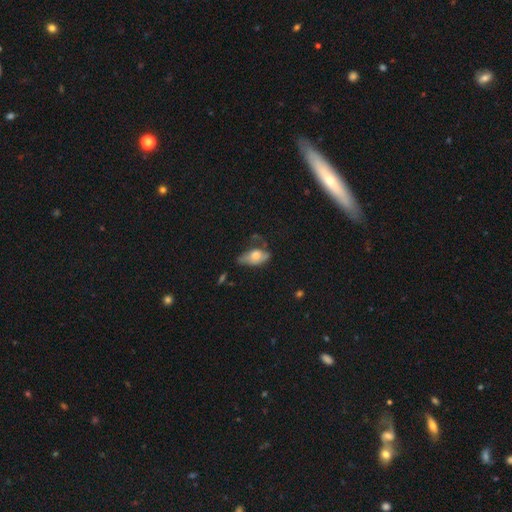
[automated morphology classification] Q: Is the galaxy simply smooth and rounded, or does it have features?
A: smooth — 60%.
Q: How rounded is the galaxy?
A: in between — 87%.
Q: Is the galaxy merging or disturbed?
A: minor disturbance — 35%.